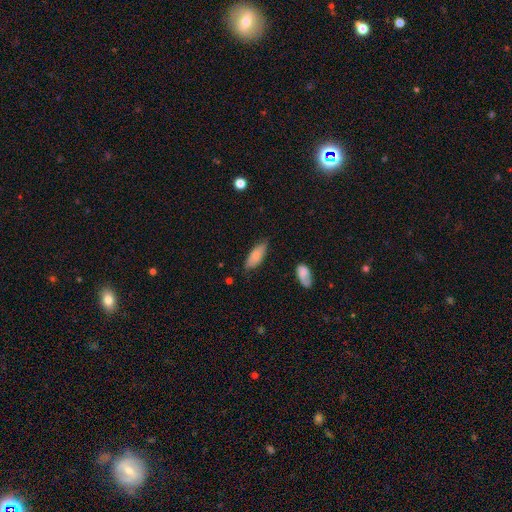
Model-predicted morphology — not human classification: Smooth or featured?
  - smooth: 78% *
  - featured or disk: 16%
  - star or artifact: 7%
How rounded?
  - in between: 77% *
  - cigar-shaped: 21%
  - round: 2%
Merging?
  - none: 74% *
  - minor disturbance: 20%
  - major disturbance: 4%
  - merger: 2%